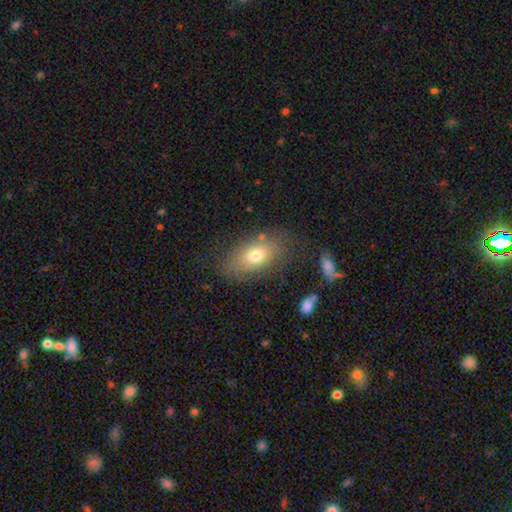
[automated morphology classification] This appears to be a smooth galaxy with no disk features (71%) that is in between round and cigar-shaped (87%). Merging: none (76%).